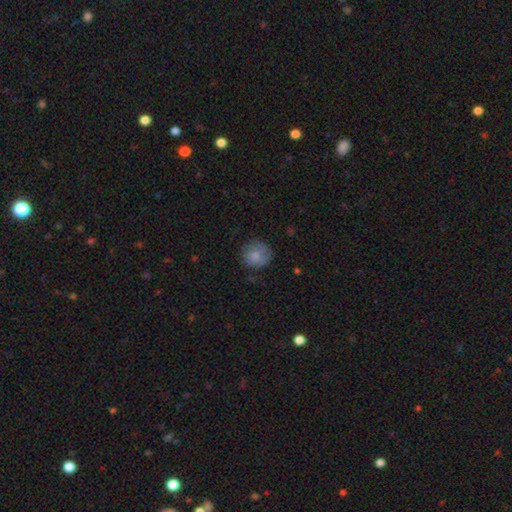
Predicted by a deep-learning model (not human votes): A smooth galaxy with no disk features (80%) that is round (89%).

Vote fractions:
- Smooth or featured? smooth: 80% / featured or disk: 12% / star or artifact: 8%
- How rounded? round: 89% / in between: 10% / cigar-shaped: 1%
- Merging? none: 74% / minor disturbance: 19% / major disturbance: 5% / merger: 1%